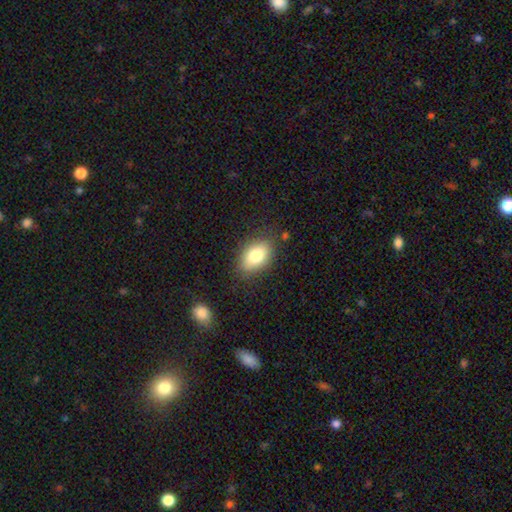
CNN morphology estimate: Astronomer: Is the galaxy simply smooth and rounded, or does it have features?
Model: smooth — 79%.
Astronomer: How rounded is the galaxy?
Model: in between — 87%.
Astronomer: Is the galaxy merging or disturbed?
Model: none — 81%.